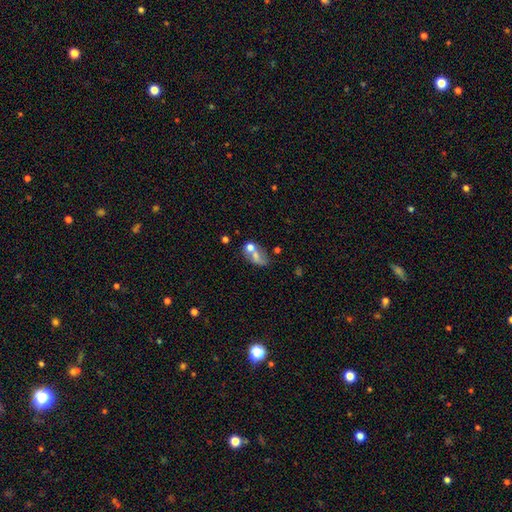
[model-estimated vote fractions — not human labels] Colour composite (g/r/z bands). It shows a smooth galaxy with no disk features (57%) that is in between round and cigar-shaped (75%). Merging: merger (44%).